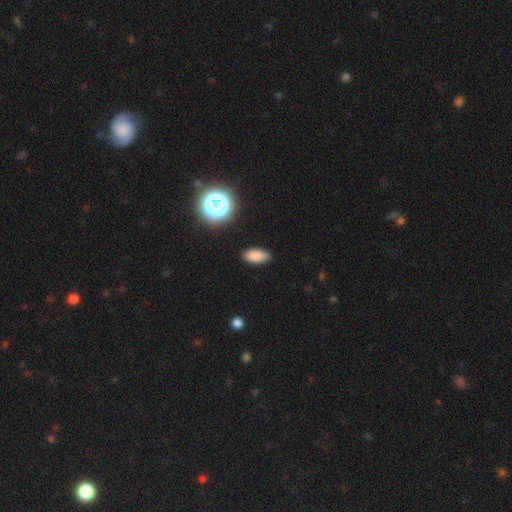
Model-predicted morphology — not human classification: A smooth galaxy with no disk features (84%) that is in between round and cigar-shaped (89%).

Vote fractions:
- Smooth or featured? smooth: 84% / star or artifact: 11% / featured or disk: 6%
- How rounded? in between: 89% / cigar-shaped: 6% / round: 4%
- Merging? none: 86% / minor disturbance: 11% / major disturbance: 2% / merger: 1%